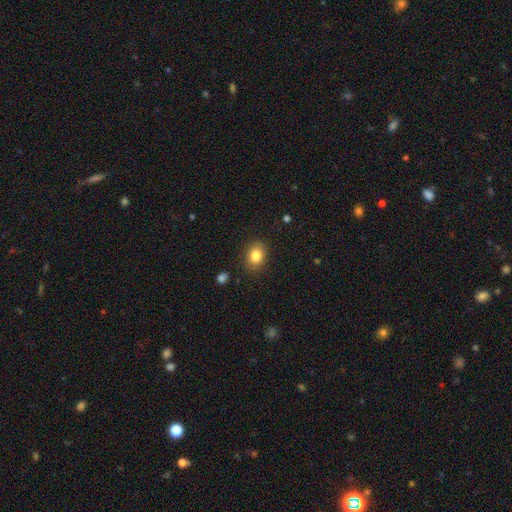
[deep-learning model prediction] smooth_or_featured: smooth (p=0.84) [alt: star or artifact p=0.09]
how_rounded: in between (p=0.61) [alt: round p=0.38]
merging: none (p=0.86) [alt: minor disturbance p=0.10]